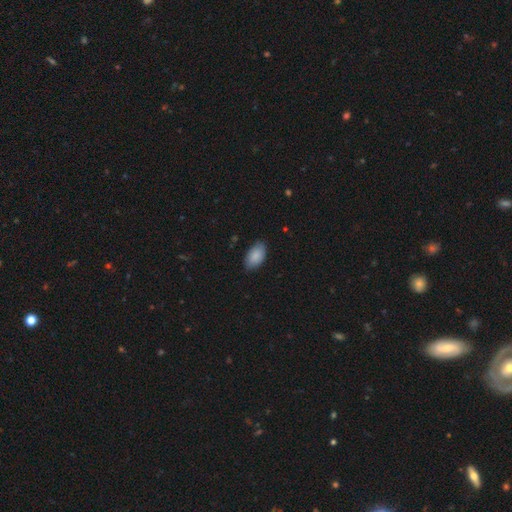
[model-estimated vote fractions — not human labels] smooth_or_featured: smooth (p=0.87) [alt: featured or disk p=0.07]
how_rounded: in between (p=0.94) [alt: round p=0.04]
merging: none (p=0.78) [alt: minor disturbance p=0.18]